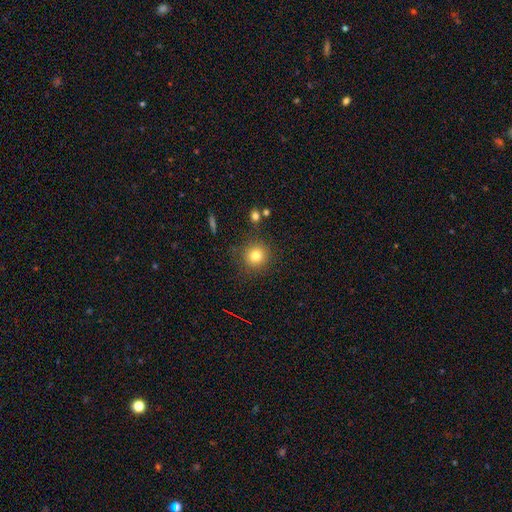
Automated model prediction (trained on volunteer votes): Overall: smooth (80%). How rounded: round (91%). Merging: none (85%).